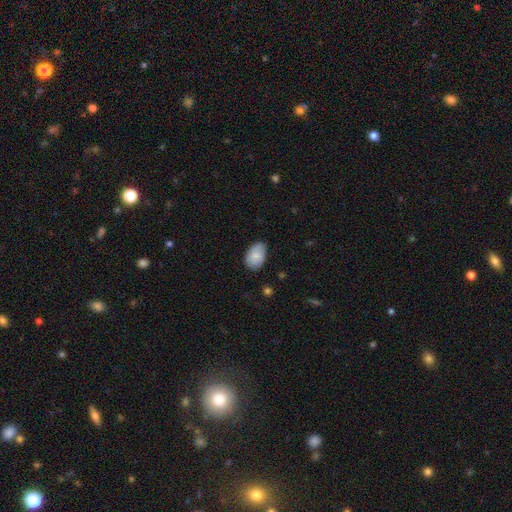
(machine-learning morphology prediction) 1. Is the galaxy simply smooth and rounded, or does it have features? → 86% smooth, 8% featured or disk, 6% star or artifact.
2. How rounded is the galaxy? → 89% in between, 10% round, 1% cigar-shaped.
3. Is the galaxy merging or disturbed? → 74% none, 22% minor disturbance, 3% major disturbance, 1% merger.